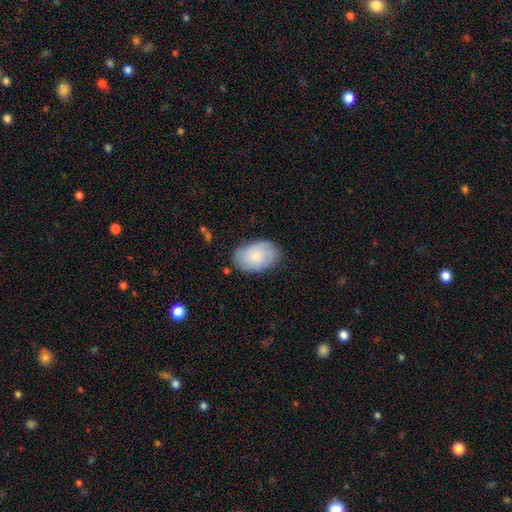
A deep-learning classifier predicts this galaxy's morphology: Smooth or featured?
  - smooth: 65% *
  - featured or disk: 29%
  - star or artifact: 6%
How rounded?
  - in between: 89% *
  - round: 10%
  - cigar-shaped: 1%
Merging?
  - none: 73% *
  - minor disturbance: 21%
  - major disturbance: 5%
  - merger: 2%